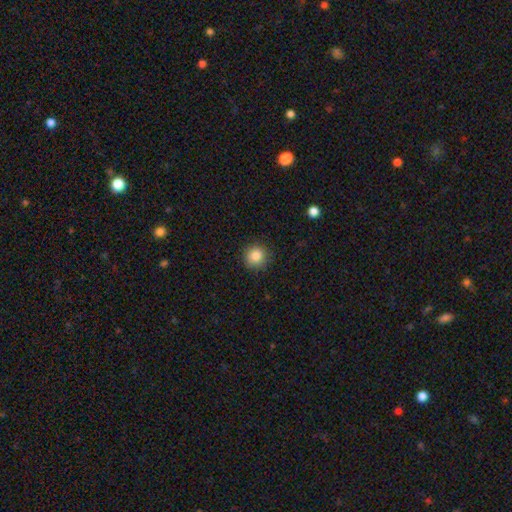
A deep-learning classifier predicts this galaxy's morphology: smooth 86%, star or artifact 10%, featured or disk 4%. Down the decision tree: how rounded — round (92%); merging — none (89%).